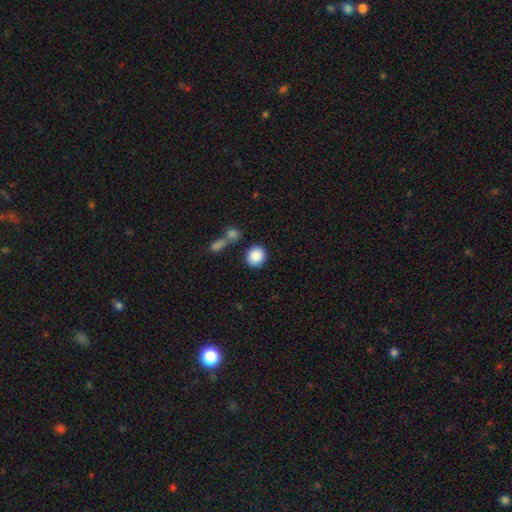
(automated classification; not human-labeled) Smooth or featured: smooth — 88% (star or artifact — 8%)
How rounded: round — 84% (in between — 15%)
Merging: none — 76% (merger — 11%)